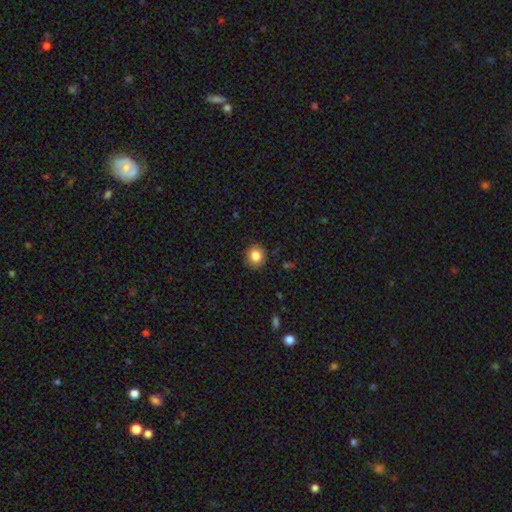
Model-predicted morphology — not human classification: This appears to be a smooth galaxy with no disk features (85%) that is round (81%). Merging: none (89%).